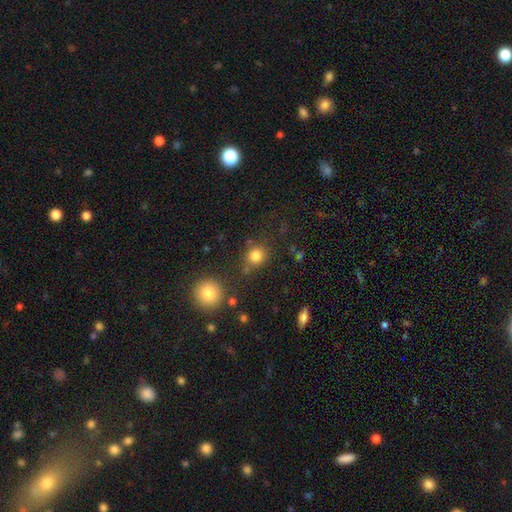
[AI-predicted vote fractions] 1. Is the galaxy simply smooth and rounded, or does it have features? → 82% smooth, 12% star or artifact, 6% featured or disk.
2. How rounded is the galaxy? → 83% round, 16% in between, 1% cigar-shaped.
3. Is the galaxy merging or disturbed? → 75% none, 12% minor disturbance, 8% merger, 5% major disturbance.